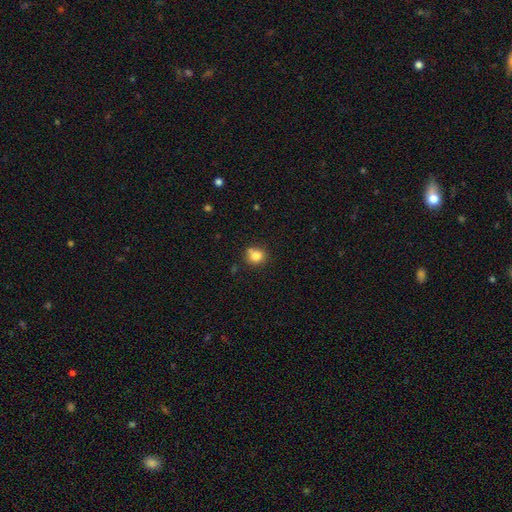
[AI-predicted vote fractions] Smooth or featured: smooth — 81% (star or artifact — 11%)
How rounded: round — 80% (in between — 19%)
Merging: none — 66% (minor disturbance — 16%)